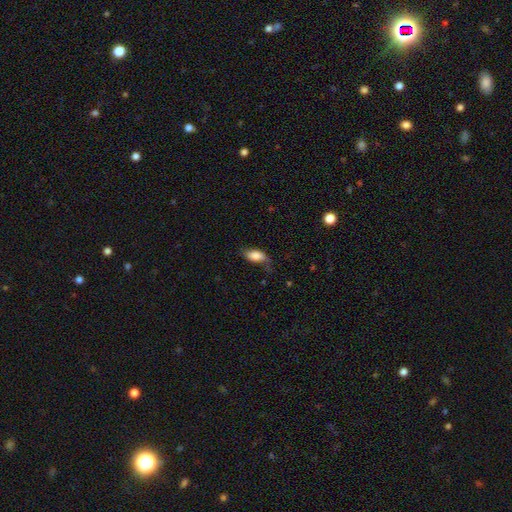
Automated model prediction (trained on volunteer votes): The model was most divided on "merging": none: 49%, minor disturbance: 31%, major disturbance: 17%, merger: 3%. More confident: how rounded — in between (90%); smooth or featured — smooth (77%).